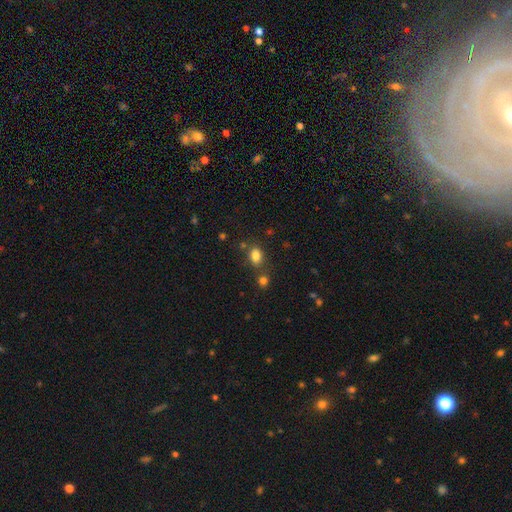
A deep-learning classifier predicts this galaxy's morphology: smooth-or-featured: smooth: 82% | star or artifact: 12% | featured or disk: 6%
  how-rounded: in between: 70% | round: 29% | cigar-shaped: 1%
  merging: none: 67% | merger: 16% | minor disturbance: 13% | major disturbance: 4%